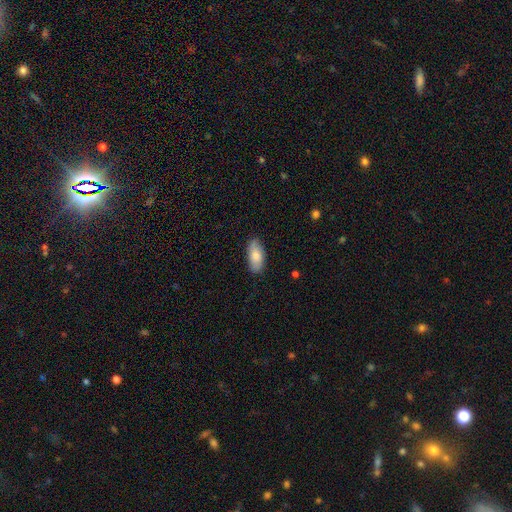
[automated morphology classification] This is likely a smooth galaxy (78%). How rounded: clearly in between (88%). Merging: clearly none (83%).